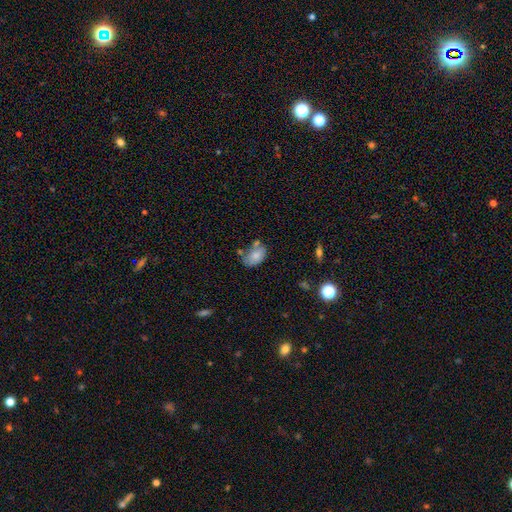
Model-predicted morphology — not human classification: type=smooth (77%); roundness=in between (88%); merging=none (48%).